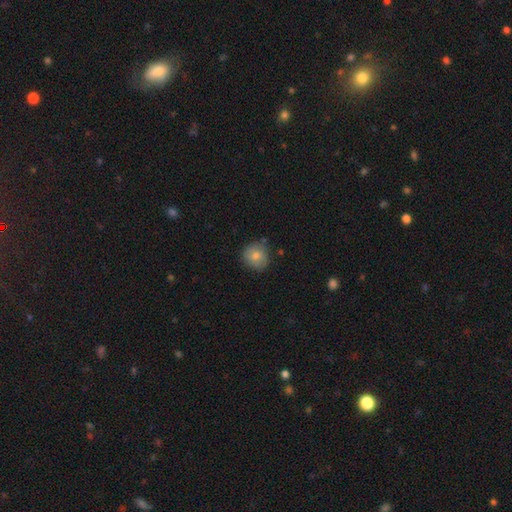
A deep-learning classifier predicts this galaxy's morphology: This appears to be a smooth galaxy with no disk features (80%) that is round (90%). Merging: none (81%).